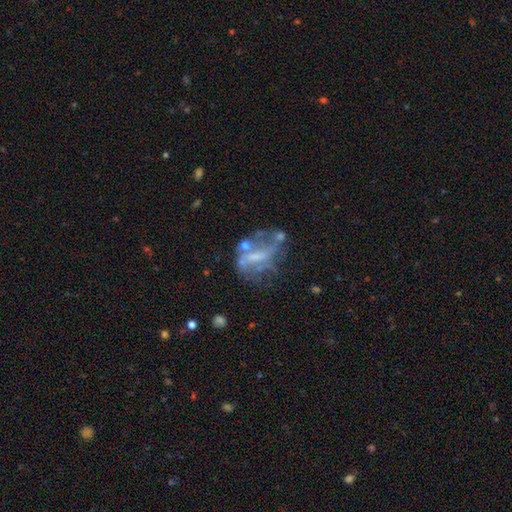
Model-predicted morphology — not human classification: type=featured or disk (64%); edge-on=no (95%); bar=no (44%); spiral arms=no (66%); bulge=none (43%); merging=none (36%).